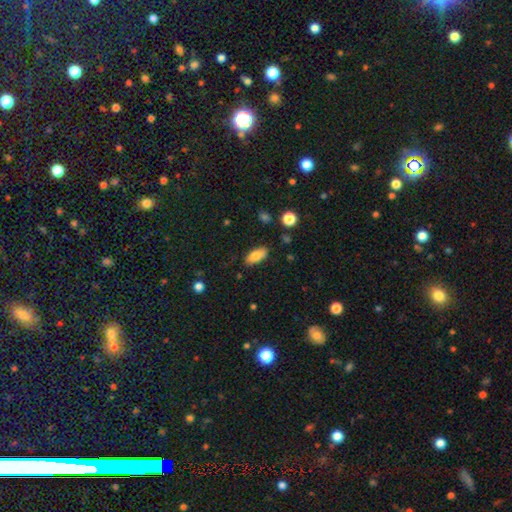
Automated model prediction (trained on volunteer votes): Q: Smooth or featured?
A: smooth (81%); runner-up: featured or disk (11%)
Q: How rounded?
A: in between (88%); runner-up: cigar-shaped (9%)
Q: Merging?
A: none (83%); runner-up: minor disturbance (12%)